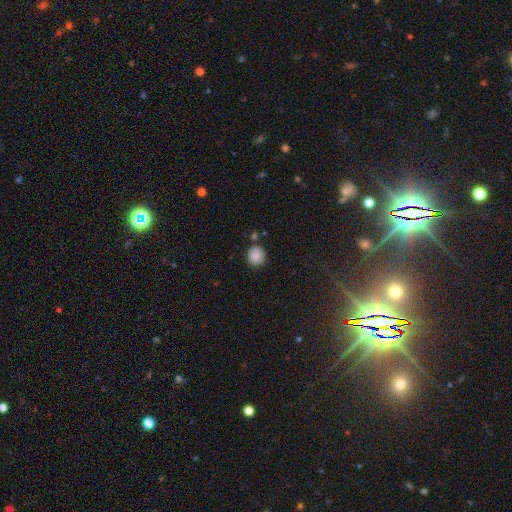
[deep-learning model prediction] Smooth or featured?
  - smooth: 87% *
  - star or artifact: 9%
  - featured or disk: 4%
How rounded?
  - round: 88% *
  - in between: 11%
  - cigar-shaped: 1%
Merging?
  - none: 82% *
  - minor disturbance: 10%
  - merger: 6%
  - major disturbance: 2%